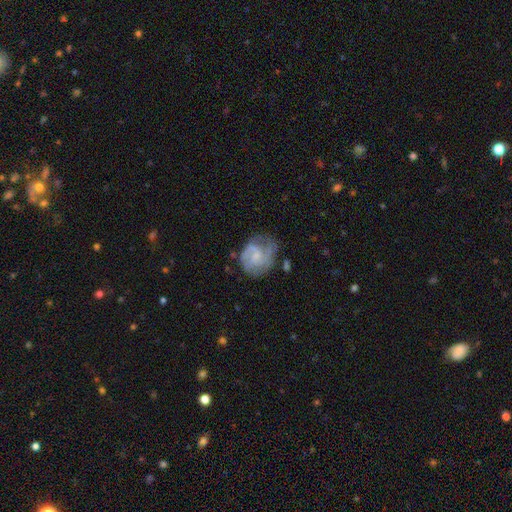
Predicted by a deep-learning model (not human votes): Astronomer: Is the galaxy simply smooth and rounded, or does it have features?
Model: featured or disk — 72%.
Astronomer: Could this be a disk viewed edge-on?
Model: no — 98%.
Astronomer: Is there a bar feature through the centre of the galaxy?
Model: no — 53% (runner-up: weak, 42%).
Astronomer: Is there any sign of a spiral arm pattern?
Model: yes — 88%.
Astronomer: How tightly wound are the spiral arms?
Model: medium — 44% (runner-up: tight, 37%).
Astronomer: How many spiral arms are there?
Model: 2 — 34% (runner-up: can't tell, 27%).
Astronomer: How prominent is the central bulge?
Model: small — 47% (runner-up: moderate, 26%).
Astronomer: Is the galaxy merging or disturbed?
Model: none — 55%.